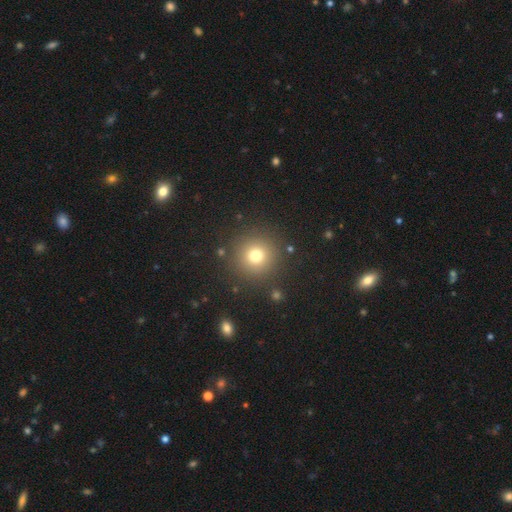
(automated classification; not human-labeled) smooth-or-featured: smooth: 75% | star or artifact: 16% | featured or disk: 9%
  how-rounded: round: 95% | in between: 4% | cigar-shaped: 1%
  merging: none: 89% | minor disturbance: 6% | major disturbance: 3% | merger: 2%